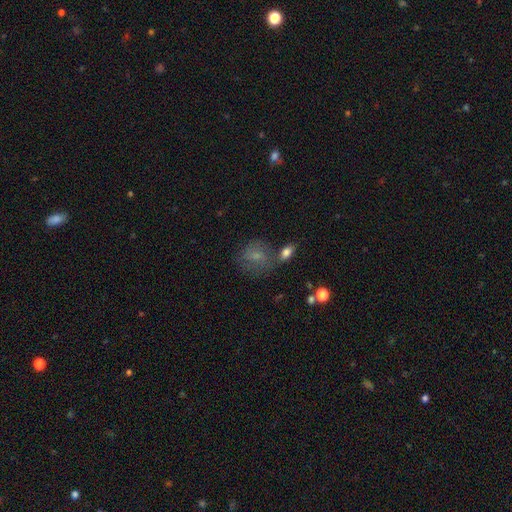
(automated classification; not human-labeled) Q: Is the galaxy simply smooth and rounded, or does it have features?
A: smooth — 63%.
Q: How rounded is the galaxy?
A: round — 56%.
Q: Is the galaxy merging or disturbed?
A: none — 54%.